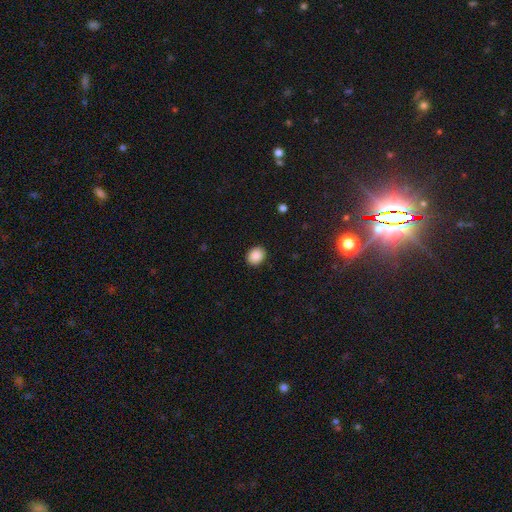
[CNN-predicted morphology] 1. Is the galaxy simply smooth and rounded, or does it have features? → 88% smooth, 8% star or artifact, 3% featured or disk.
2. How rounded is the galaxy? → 55% round, 44% in between, 1% cigar-shaped.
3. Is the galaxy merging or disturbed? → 91% none, 6% minor disturbance, 2% major disturbance, 1% merger.